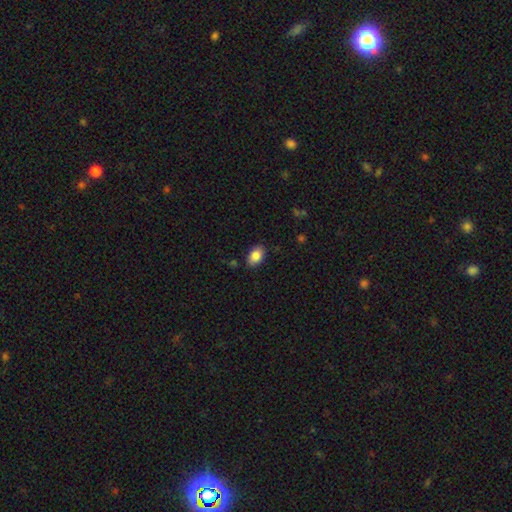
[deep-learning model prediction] The model was most divided on "merging": none: 85%, minor disturbance: 11%, major disturbance: 2%, merger: 1%. More confident: how rounded — in between (88%); smooth or featured — smooth (85%).